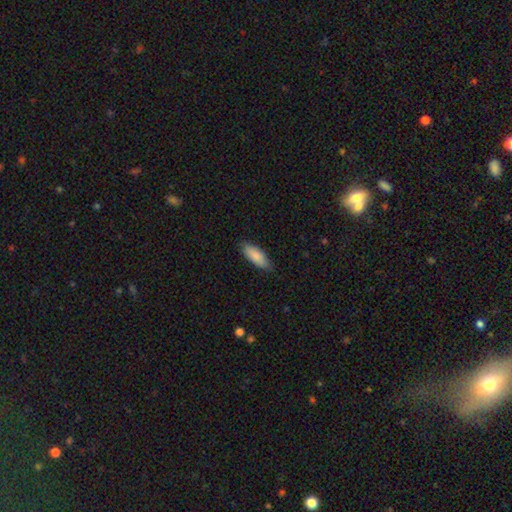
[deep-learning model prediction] Q: Smooth or featured?
A: smooth (86%); runner-up: featured or disk (9%)
Q: How rounded?
A: in between (76%); runner-up: cigar-shaped (22%)
Q: Merging?
A: none (79%); runner-up: minor disturbance (17%)